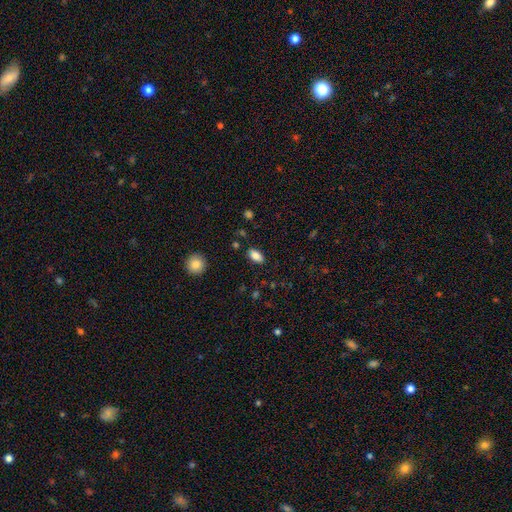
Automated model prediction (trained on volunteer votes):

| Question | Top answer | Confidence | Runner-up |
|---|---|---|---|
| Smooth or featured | smooth | 84% | star or artifact (8%) |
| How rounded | in between | 90% | round (6%) |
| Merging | none | 85% | minor disturbance (11%) |